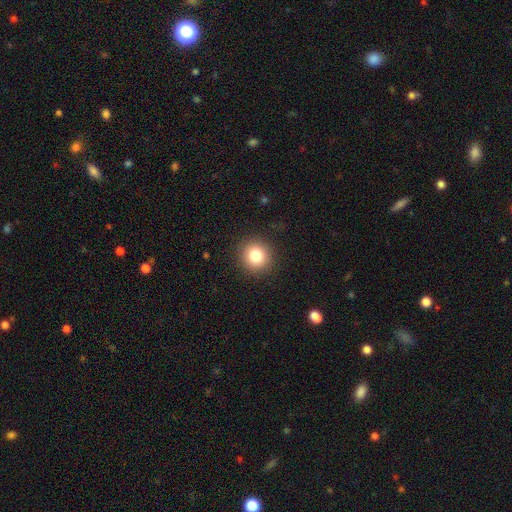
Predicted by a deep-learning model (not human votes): Morphology: type=smooth (83%); roundness=round (91%); merging=none (91%).